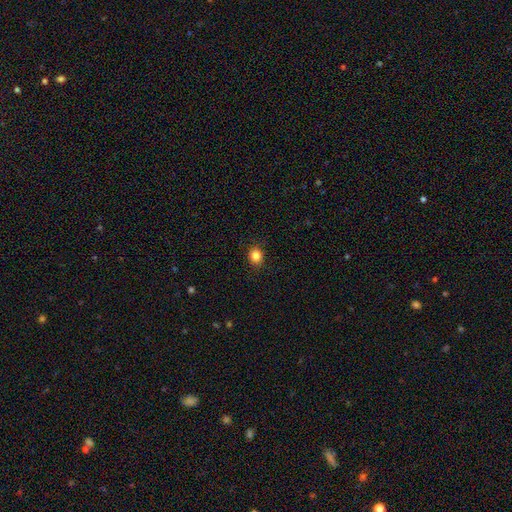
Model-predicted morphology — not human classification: Smooth or featured: smooth — 85% (star or artifact — 11%)
How rounded: round — 66% (in between — 33%)
Merging: none — 89% (minor disturbance — 8%)